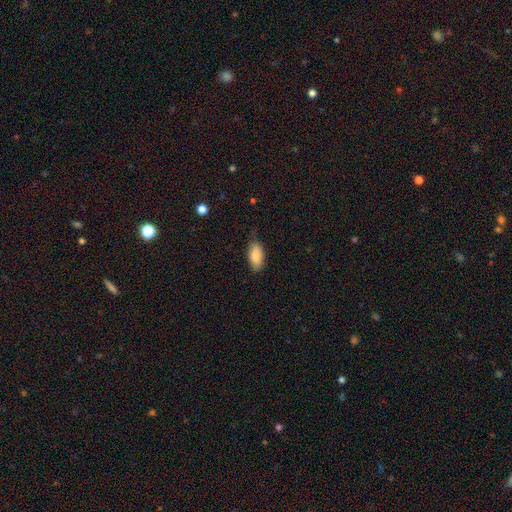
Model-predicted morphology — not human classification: smooth 83%, featured or disk 10%, star or artifact 7%. Down the decision tree: how rounded — in between (90%); merging — none (69%).